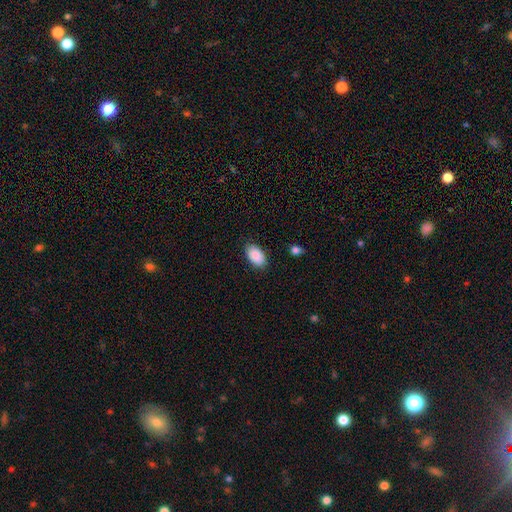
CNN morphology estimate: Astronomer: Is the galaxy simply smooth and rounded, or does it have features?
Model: smooth — 89%.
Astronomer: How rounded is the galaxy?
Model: in between — 95%.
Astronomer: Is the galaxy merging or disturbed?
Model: none — 87%.